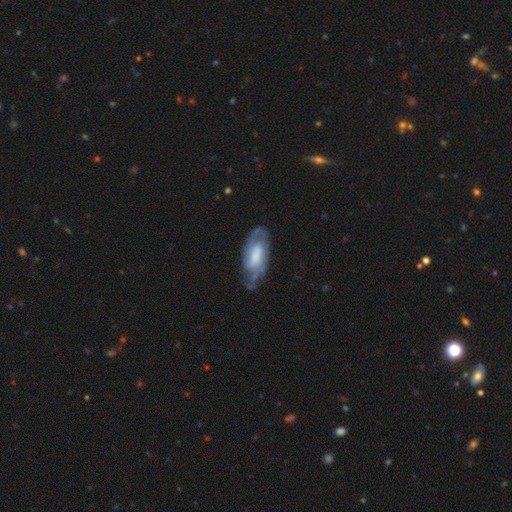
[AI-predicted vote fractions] This appears to be a featured or disk galaxy (70%) with no bar (55%), 2 (56%) tight (43%) spiral arms (84%) and a large central bulge (30%). Merging: none (60%).